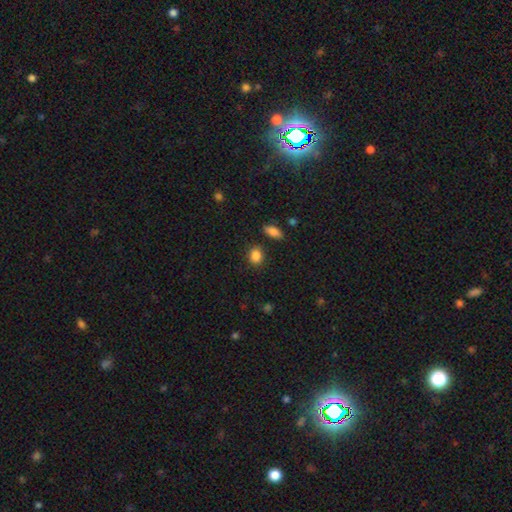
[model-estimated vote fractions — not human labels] This is clearly a smooth galaxy (86%). How rounded: possibly in between (54%). Merging: clearly none (83%).